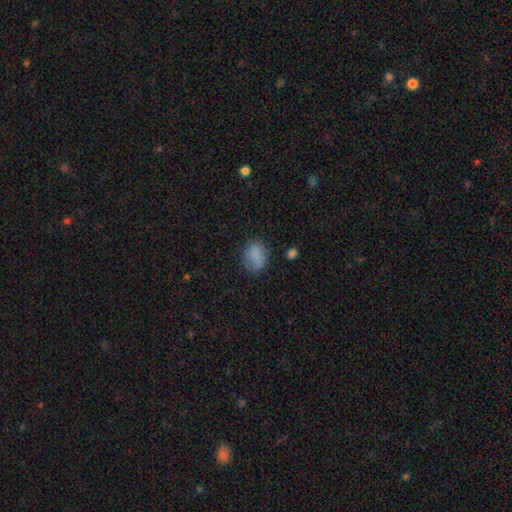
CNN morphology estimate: Overall: smooth (82%). How rounded: in between (55%; round 43%). Merging: none (68%).